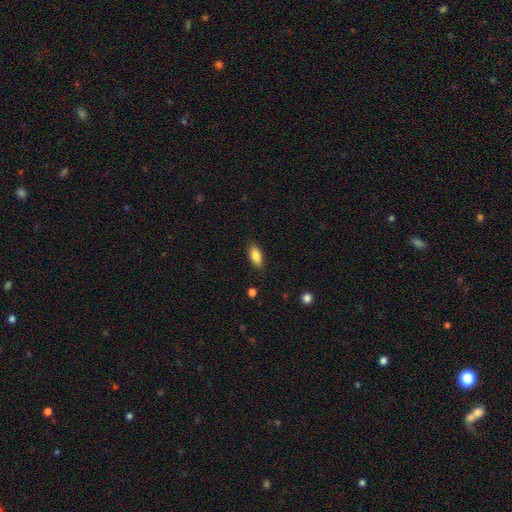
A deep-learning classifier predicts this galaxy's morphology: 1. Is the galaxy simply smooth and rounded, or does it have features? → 87% smooth, 7% star or artifact, 6% featured or disk.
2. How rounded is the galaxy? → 88% in between, 9% cigar-shaped, 3% round.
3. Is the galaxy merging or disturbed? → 85% none, 11% minor disturbance, 3% major disturbance, 1% merger.